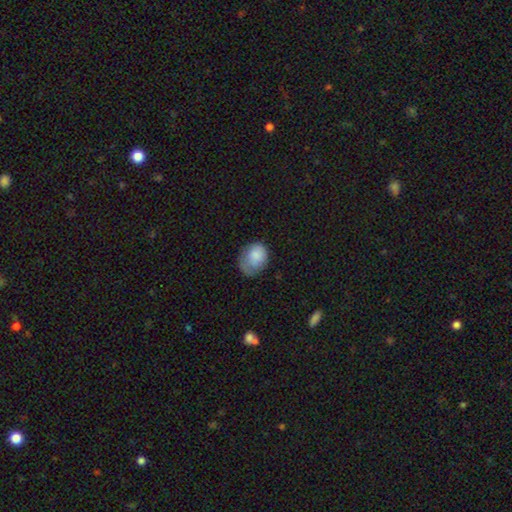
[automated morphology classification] A smooth galaxy with no disk features (80%) that is in between round and cigar-shaped (59%). Merging: none (43%).